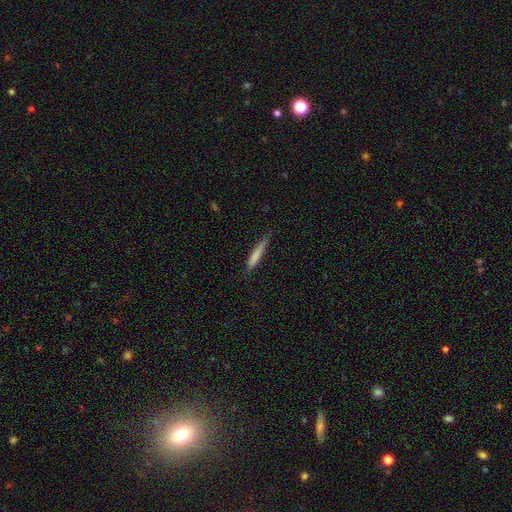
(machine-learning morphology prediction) smooth_or_featured: smooth (p=0.74) [alt: featured or disk p=0.20]
how_rounded: cigar-shaped (p=0.91) [alt: in between p=0.08]
merging: none (p=0.71) [alt: minor disturbance p=0.23]